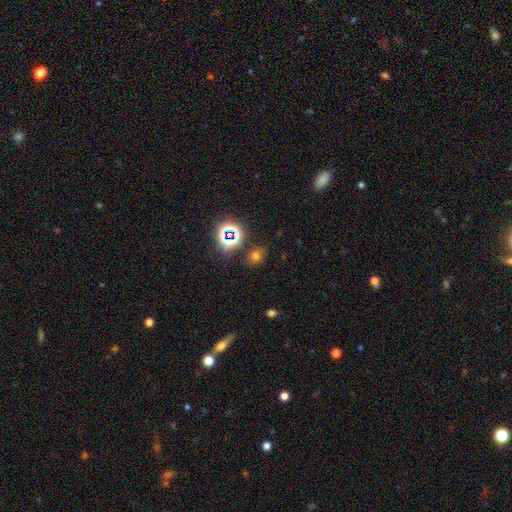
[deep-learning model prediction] Q: Smooth or featured?
A: smooth (58%); runner-up: star or artifact (33%)
Q: How rounded?
A: in between (53%); runner-up: round (46%)
Q: Merging?
A: none (80%); runner-up: minor disturbance (12%)